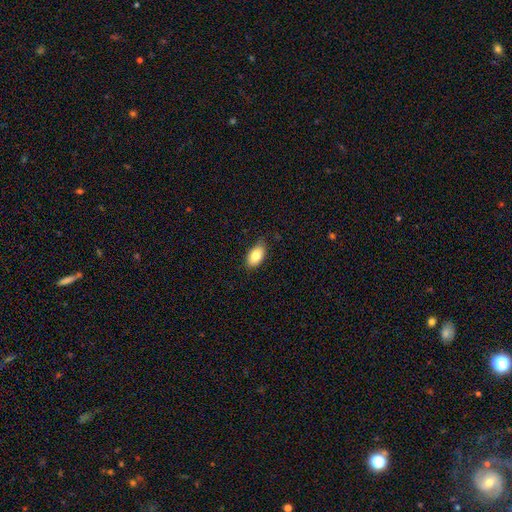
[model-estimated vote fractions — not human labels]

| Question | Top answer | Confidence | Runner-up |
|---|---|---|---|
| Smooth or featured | smooth | 85% | featured or disk (7%) |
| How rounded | in between | 93% | round (4%) |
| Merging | none | 80% | minor disturbance (16%) |